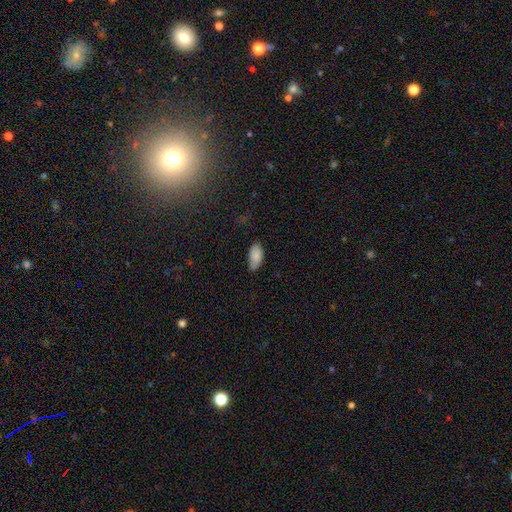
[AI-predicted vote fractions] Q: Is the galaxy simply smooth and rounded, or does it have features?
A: smooth — 85%.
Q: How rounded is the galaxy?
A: in between — 94%.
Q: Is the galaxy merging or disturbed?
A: none — 65%.